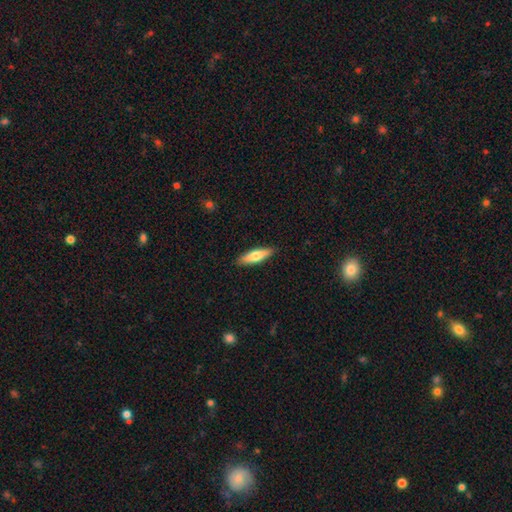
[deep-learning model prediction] The model was most divided on "how rounded": cigar-shaped: 64%, in between: 34%, round: 2%. More confident: merging — none (89%); smooth or featured — smooth (63%).